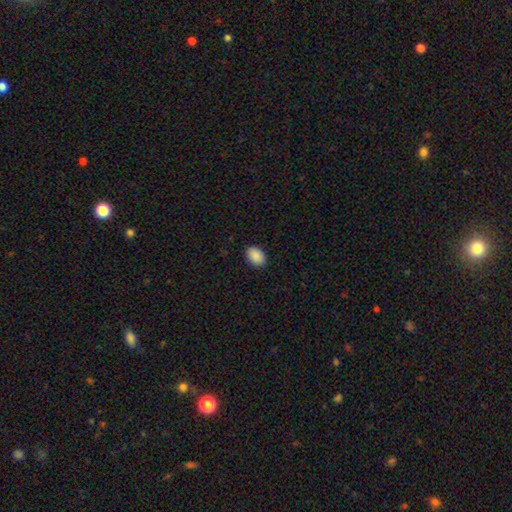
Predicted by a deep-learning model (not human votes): smooth 90%, star or artifact 7%, featured or disk 3%. Down the decision tree: how rounded — in between (80%); merging — none (90%).